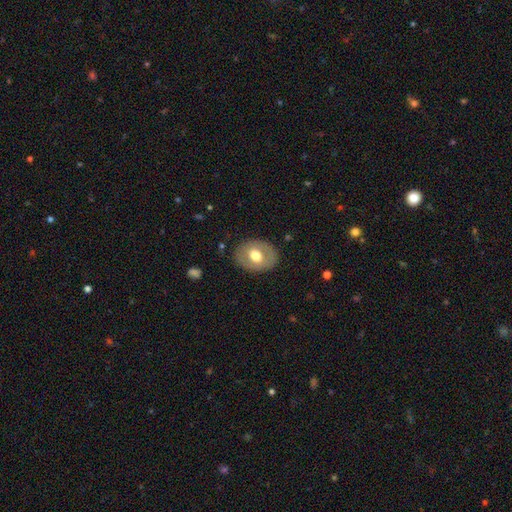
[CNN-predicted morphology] A smooth galaxy with no disk features (60%) that is in between round and cigar-shaped (61%). Merging: none (84%).